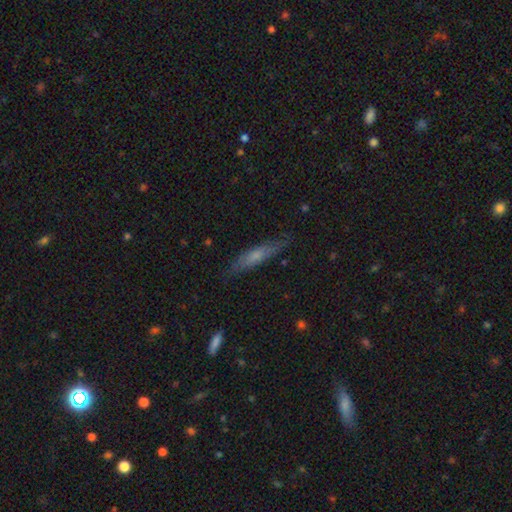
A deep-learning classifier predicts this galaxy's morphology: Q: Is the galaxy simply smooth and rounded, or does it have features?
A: smooth — 55%.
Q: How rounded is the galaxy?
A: cigar-shaped — 84%.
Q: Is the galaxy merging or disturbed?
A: none — 81%.